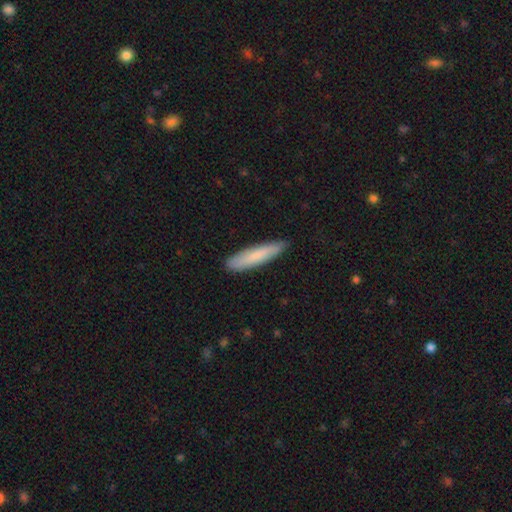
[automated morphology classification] This is likely a smooth galaxy (80%). How rounded: clearly cigar-shaped (86%). Merging: clearly none (88%).